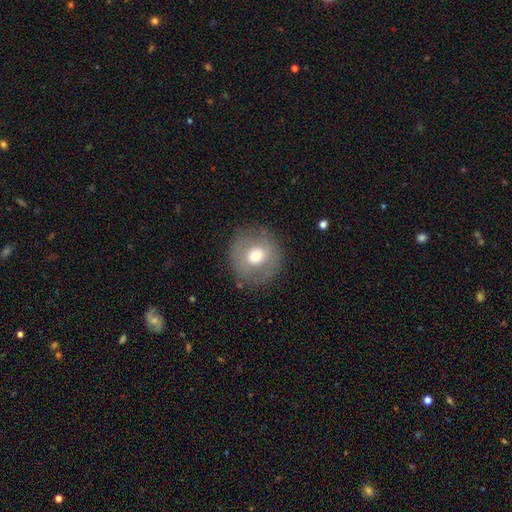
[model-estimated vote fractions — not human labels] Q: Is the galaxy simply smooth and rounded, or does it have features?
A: smooth — 59%.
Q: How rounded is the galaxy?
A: round — 90%.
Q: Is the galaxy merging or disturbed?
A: none — 84%.